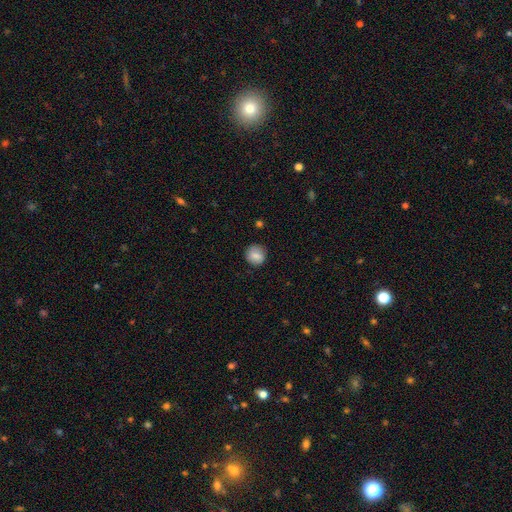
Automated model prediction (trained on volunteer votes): Morphology: type=smooth (84%); roundness=round (88%); merging=none (84%).